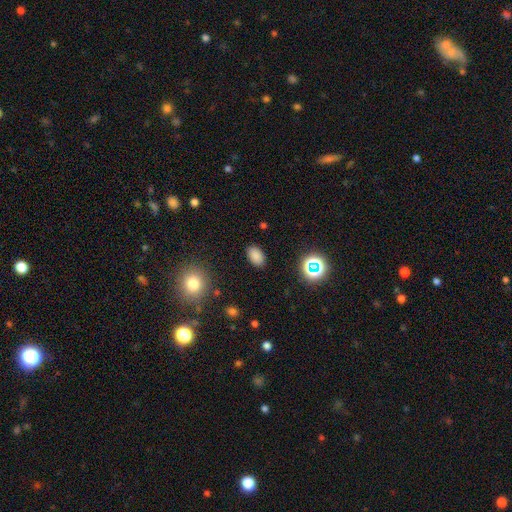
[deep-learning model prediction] The model was most divided on "smooth or featured": smooth: 81%, star or artifact: 14%, featured or disk: 5%. More confident: how rounded — in between (89%); merging — none (88%).